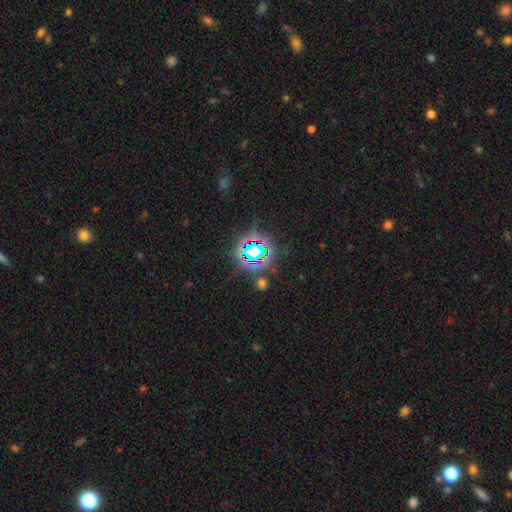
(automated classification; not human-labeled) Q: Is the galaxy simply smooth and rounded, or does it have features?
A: star or artifact — 74%.